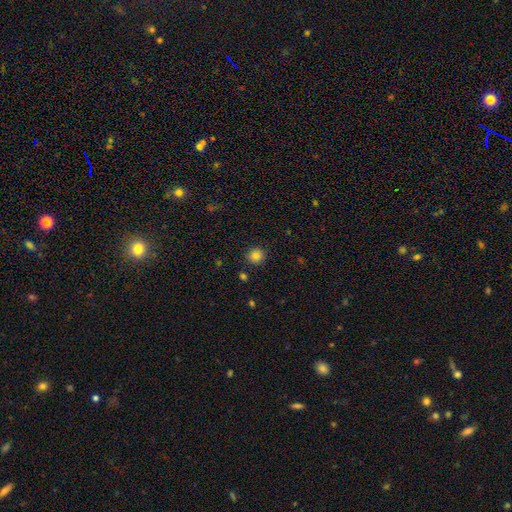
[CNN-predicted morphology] smooth_or_featured: smooth (p=0.83) [alt: star or artifact p=0.12]
how_rounded: round (p=0.91) [alt: in between p=0.08]
merging: none (p=0.90) [alt: minor disturbance p=0.07]